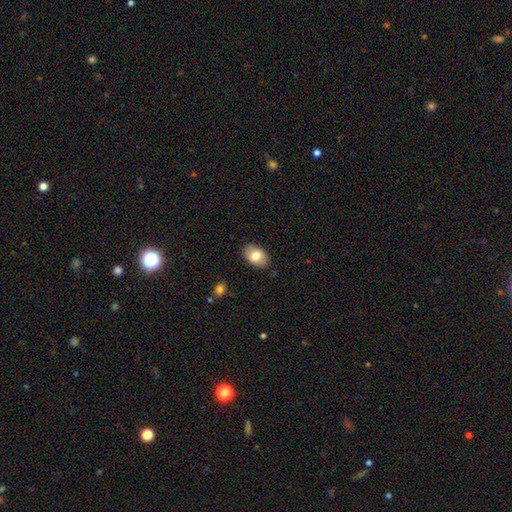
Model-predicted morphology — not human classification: smooth_or_featured: smooth (p=0.79) [alt: featured or disk p=0.14]
how_rounded: in between (p=0.88) [alt: round p=0.11]
merging: none (p=0.86) [alt: minor disturbance p=0.11]